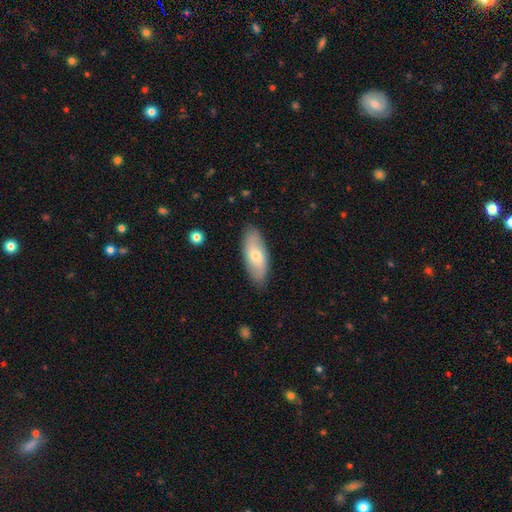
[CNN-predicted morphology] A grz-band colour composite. It shows a smooth galaxy with no disk features (60%) that is in between round and cigar-shaped (79%). Merging: none (86%).